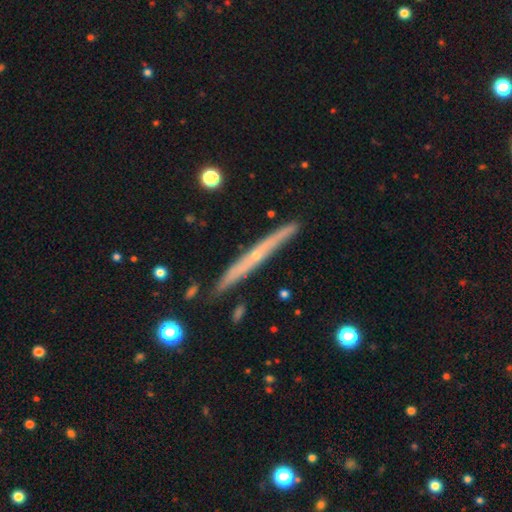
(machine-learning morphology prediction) This appears to be a featured or disk galaxy (70%) viewed edge-on (96%) with a rounded central bulge (50%). Merging: none (87%).